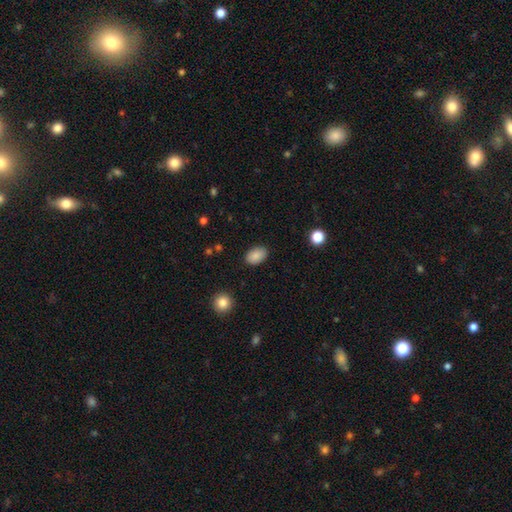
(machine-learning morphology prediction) A smooth galaxy with no disk features (86%) that is in between round and cigar-shaped (89%).

Vote fractions:
- Smooth or featured? smooth: 86% / star or artifact: 8% / featured or disk: 6%
- How rounded? in between: 89% / round: 10% / cigar-shaped: 1%
- Merging? none: 87% / minor disturbance: 9% / major disturbance: 2% / merger: 1%